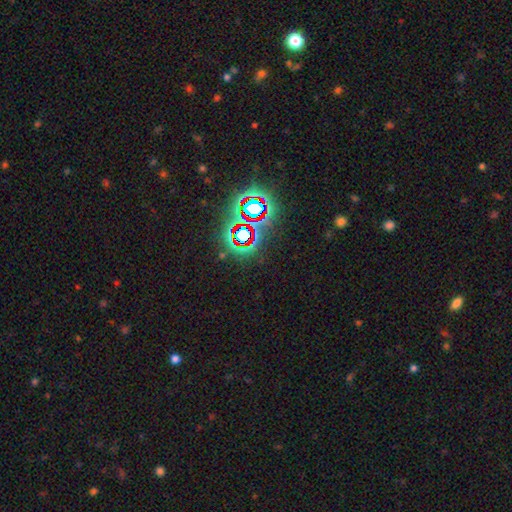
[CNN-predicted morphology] Smooth or featured?
  - star or artifact: 74% *
  - smooth: 15%
  - featured or disk: 11%